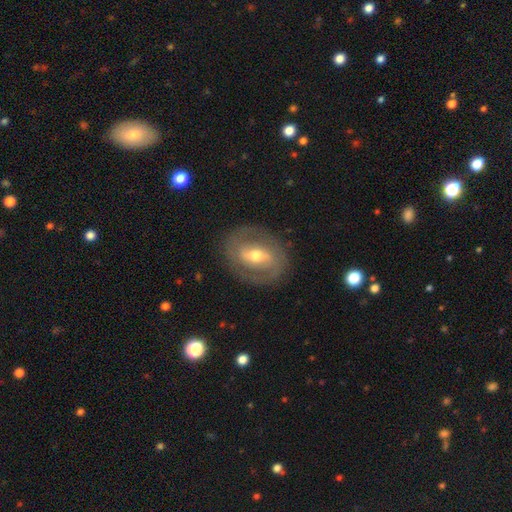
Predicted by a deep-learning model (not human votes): featured or disk 70%, smooth 24%, star or artifact 6%. Down the decision tree: edge-on disk — no (93%); bar — strong (41%); spiral arms — yes (54%); bulge size — moderate (66%); merging — none (82%).